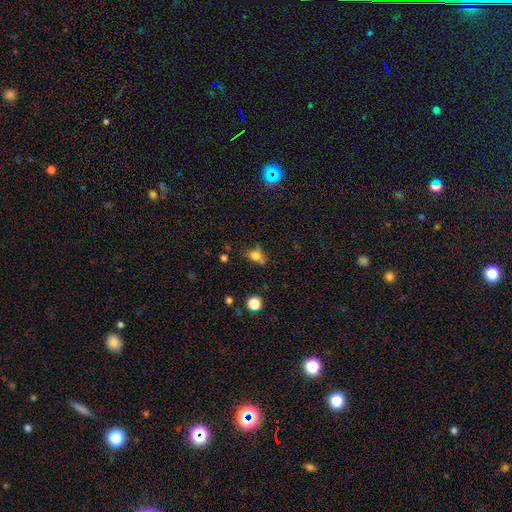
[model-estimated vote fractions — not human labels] Q: Smooth or featured?
A: smooth (73%); runner-up: star or artifact (15%)
Q: How rounded?
A: in between (57%); runner-up: round (40%)
Q: Merging?
A: none (52%); runner-up: minor disturbance (27%)